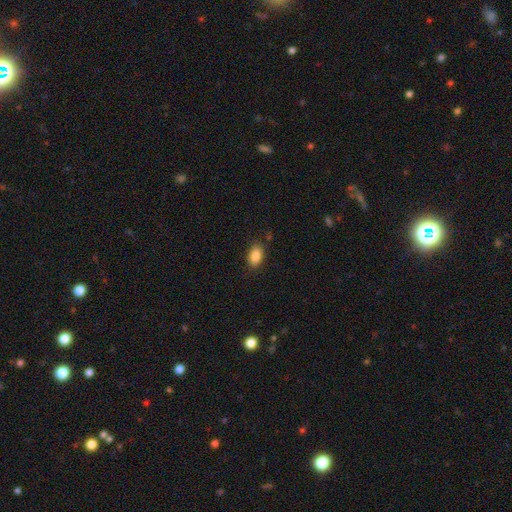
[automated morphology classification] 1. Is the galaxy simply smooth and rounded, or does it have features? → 88% smooth, 8% star or artifact, 4% featured or disk.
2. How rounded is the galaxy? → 90% in between, 8% round, 2% cigar-shaped.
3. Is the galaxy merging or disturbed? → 84% none, 11% minor disturbance, 3% major disturbance, 1% merger.